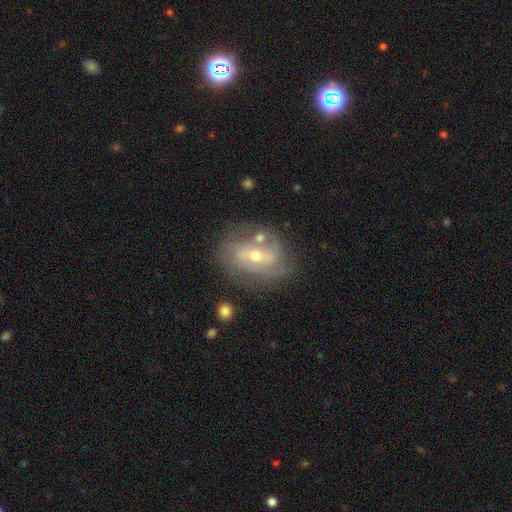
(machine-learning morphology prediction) Smooth or featured? featured or disk (75%)
Edge-on disk? no (94%)
Bar? weak (41%)
Spiral arms? yes (78%)
Spiral winding? tight (43%)
Spiral arm count? 2 (54%)
Bulge size? moderate (51%)
Merging? none (65%)